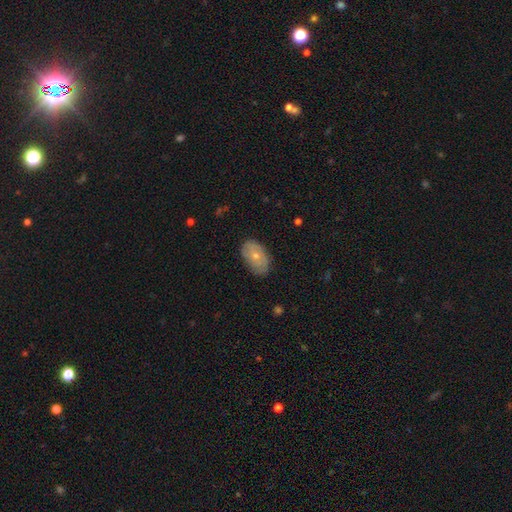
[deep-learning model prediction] This is likely a smooth galaxy (65%). How rounded: clearly in between (91%). Merging: likely none (78%).